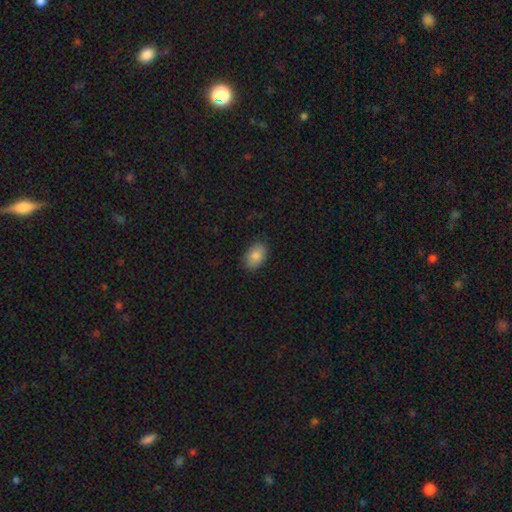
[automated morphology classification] The model was most divided on "how rounded": in between: 87%, round: 12%, cigar-shaped: 1%. More confident: merging — none (87%); smooth or featured — smooth (86%).